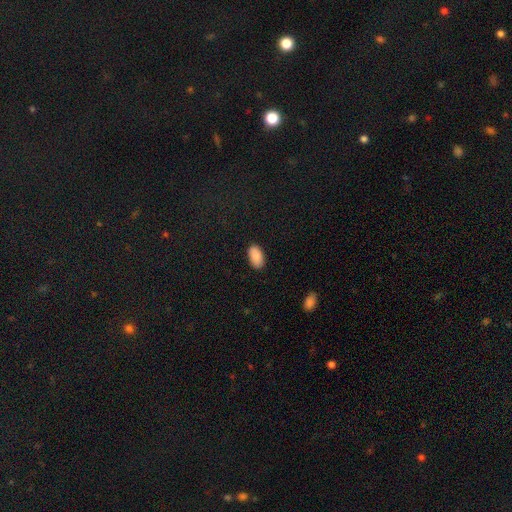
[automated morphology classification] Q: Smooth or featured?
A: smooth (89%); runner-up: star or artifact (7%)
Q: How rounded?
A: in between (95%); runner-up: round (3%)
Q: Merging?
A: none (87%); runner-up: minor disturbance (10%)